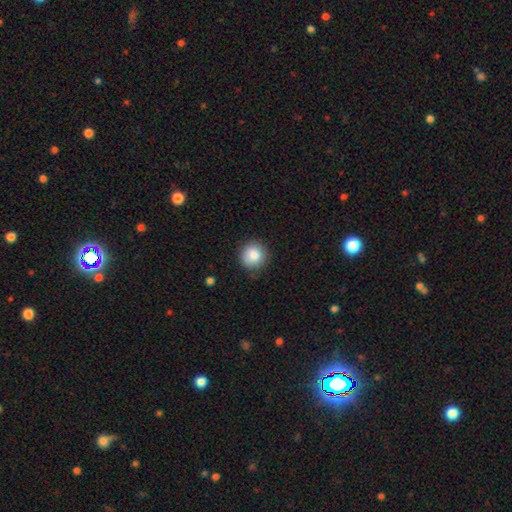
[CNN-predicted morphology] Q: Smooth or featured?
A: smooth (86%); runner-up: star or artifact (9%)
Q: How rounded?
A: round (91%); runner-up: in between (8%)
Q: Merging?
A: none (84%); runner-up: minor disturbance (12%)